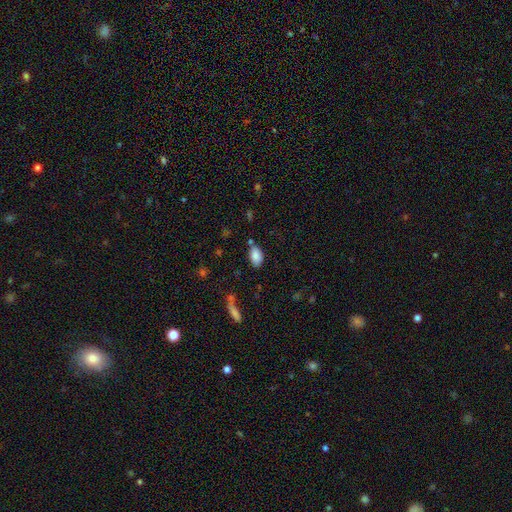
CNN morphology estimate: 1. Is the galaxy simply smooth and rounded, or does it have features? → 86% smooth, 7% star or artifact, 6% featured or disk.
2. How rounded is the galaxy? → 93% in between, 5% round, 2% cigar-shaped.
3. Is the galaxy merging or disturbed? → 74% none, 15% minor disturbance, 6% merger, 4% major disturbance.